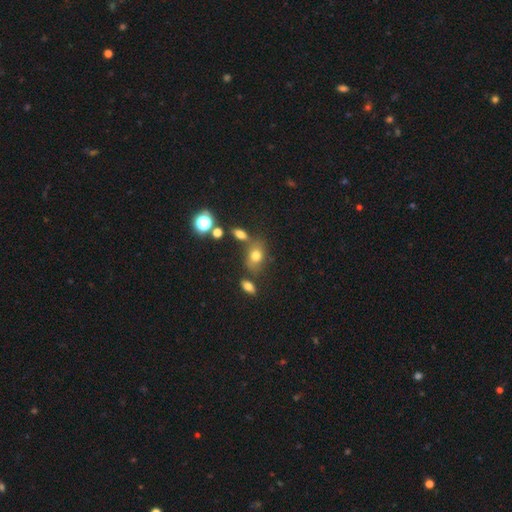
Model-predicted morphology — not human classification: Smooth or featured?
  - smooth: 73% *
  - star or artifact: 15%
  - featured or disk: 12%
How rounded?
  - in between: 67% *
  - round: 30%
  - cigar-shaped: 2%
Merging?
  - none: 62% *
  - merger: 17%
  - minor disturbance: 15%
  - major disturbance: 6%